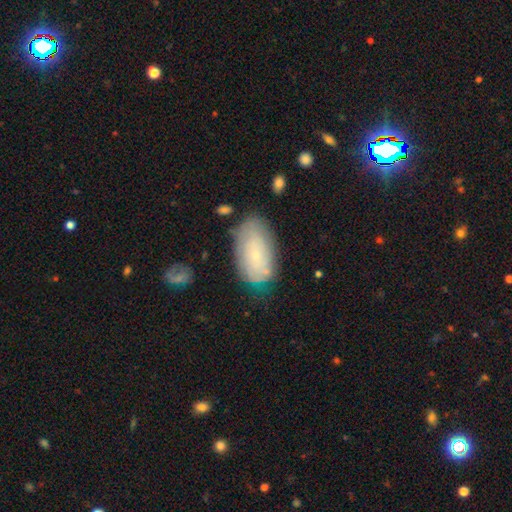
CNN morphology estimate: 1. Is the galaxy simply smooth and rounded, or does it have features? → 56% smooth, 36% featured or disk, 8% star or artifact.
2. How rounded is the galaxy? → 93% in between, 4% round, 3% cigar-shaped.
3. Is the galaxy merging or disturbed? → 67% none, 23% minor disturbance, 7% major disturbance, 3% merger.